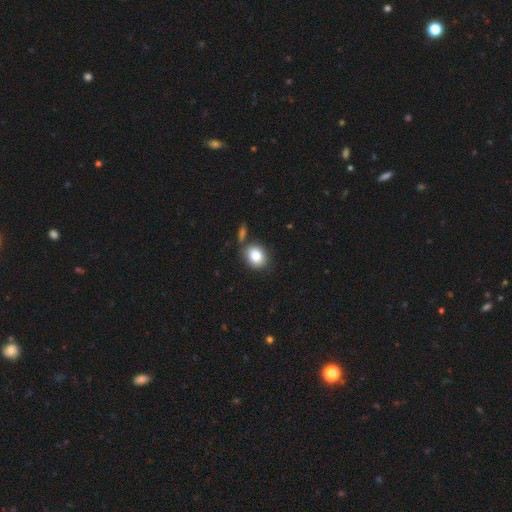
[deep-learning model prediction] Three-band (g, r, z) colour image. It shows a smooth galaxy with no disk features (85%) that is round (52%). Merging: none (67%).